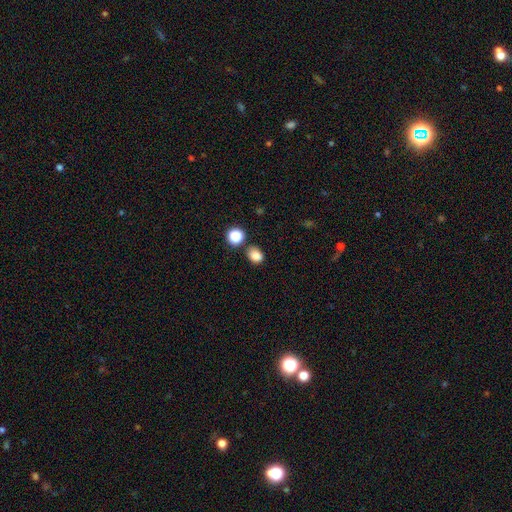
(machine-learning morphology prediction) Smooth or featured? smooth (83%)
How rounded? round (50%)
Merging? none (77%)